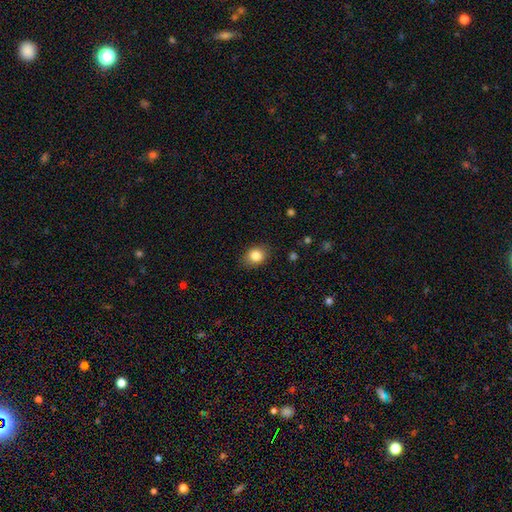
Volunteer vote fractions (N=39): Q: Smooth or featured?
A: smooth (74%); runner-up: featured or disk (18%)
Q: How rounded?
A: in between (62%); runner-up: round (38%)
Q: Merging?
A: none (94%); runner-up: minor disturbance (6%)